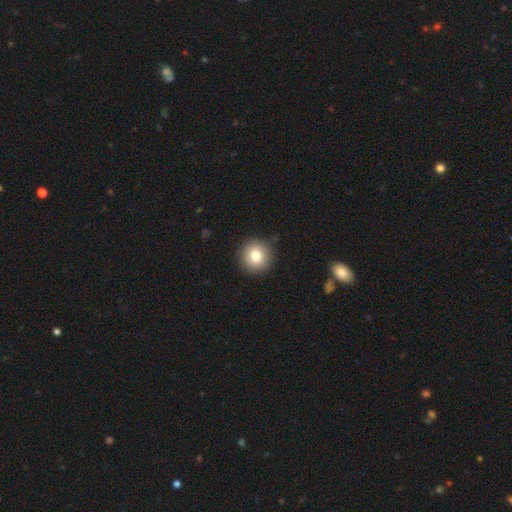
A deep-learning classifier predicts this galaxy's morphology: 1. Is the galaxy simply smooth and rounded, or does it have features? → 79% smooth, 11% featured or disk, 10% star or artifact.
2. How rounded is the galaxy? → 95% round, 4% in between, 1% cigar-shaped.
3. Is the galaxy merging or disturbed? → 91% none, 6% minor disturbance, 2% major disturbance, 1% merger.